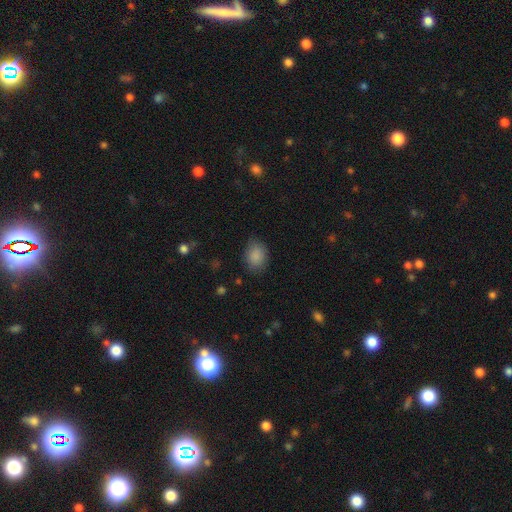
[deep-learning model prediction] This is clearly a smooth galaxy (87%). How rounded: likely in between (62%). Merging: likely none (78%).